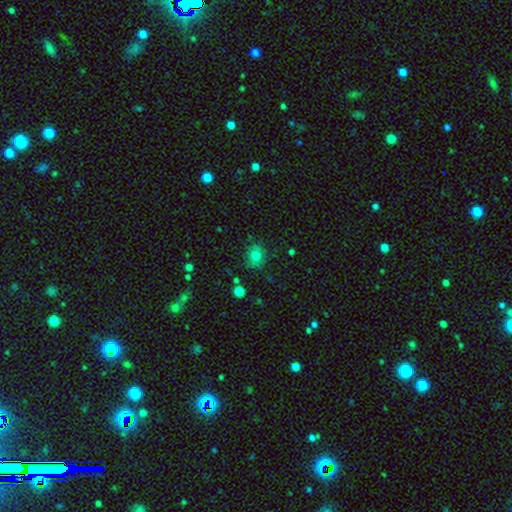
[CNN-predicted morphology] Q: Smooth or featured?
A: smooth (79%); runner-up: star or artifact (11%)
Q: How rounded?
A: round (70%); runner-up: in between (29%)
Q: Merging?
A: none (81%); runner-up: minor disturbance (14%)